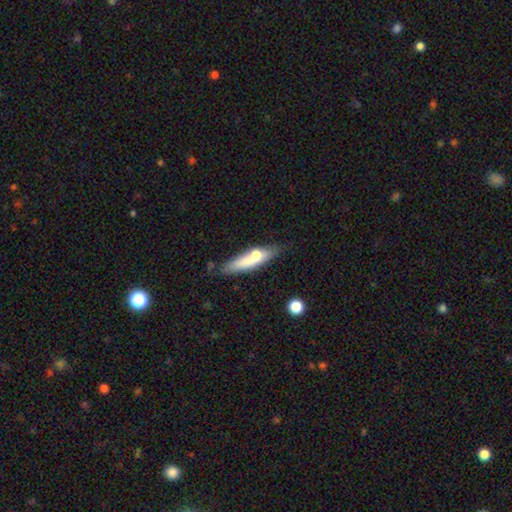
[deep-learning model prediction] Smooth or featured: smooth — 61% (featured or disk — 33%)
How rounded: cigar-shaped — 70% (in between — 27%)
Merging: none — 64% (minor disturbance — 17%)